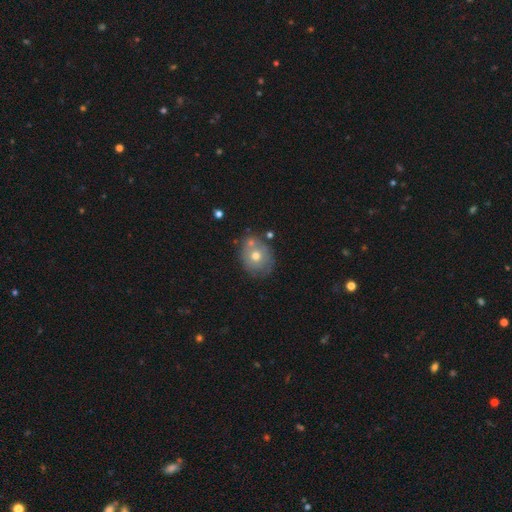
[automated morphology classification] This is likely a smooth galaxy (61%). How rounded: likely round (70%). Merging: likely none (62%).